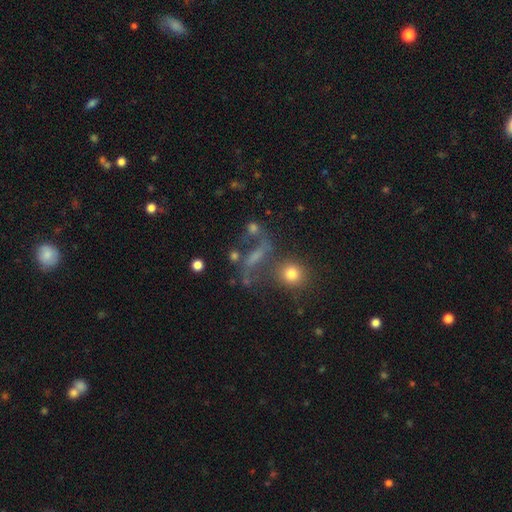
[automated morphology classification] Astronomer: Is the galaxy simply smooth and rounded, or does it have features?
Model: featured or disk — 47% (runner-up: smooth, 28%).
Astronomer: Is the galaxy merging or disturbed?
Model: none — 47%.